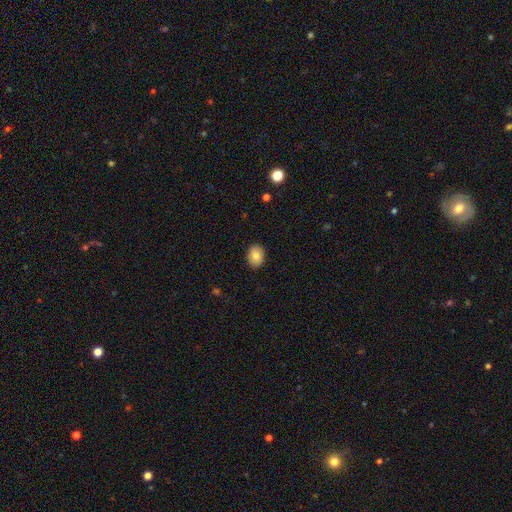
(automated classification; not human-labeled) The model was most divided on "how rounded": in between: 67%, round: 32%, cigar-shaped: 1%. More confident: merging — none (87%); smooth or featured — smooth (81%).